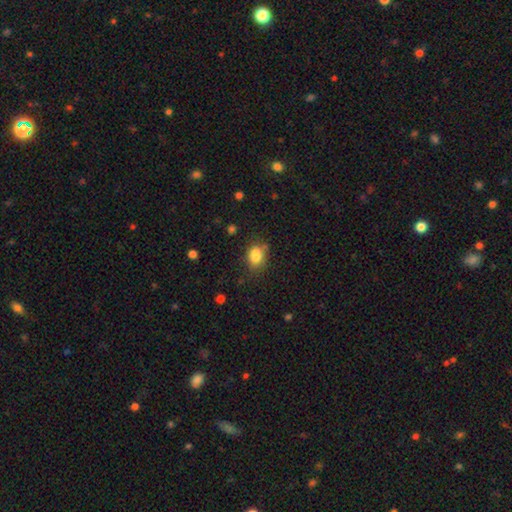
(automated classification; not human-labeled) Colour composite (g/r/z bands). It shows a smooth galaxy with no disk features (83%) that is in between round and cigar-shaped (71%). Merging: none (67%).